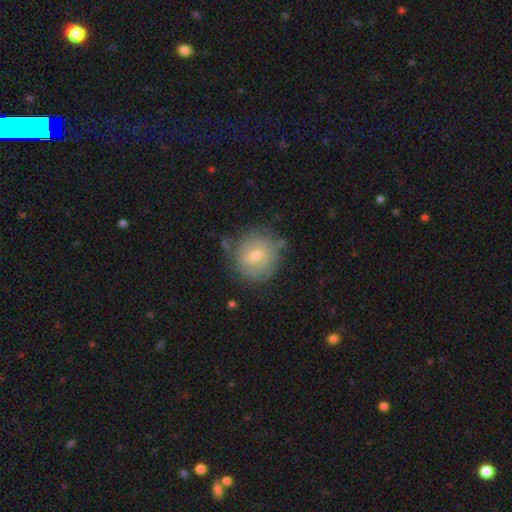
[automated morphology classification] smooth 51%, featured or disk 40%, star or artifact 9%. Down the decision tree: how rounded — round (84%); merging — none (76%).